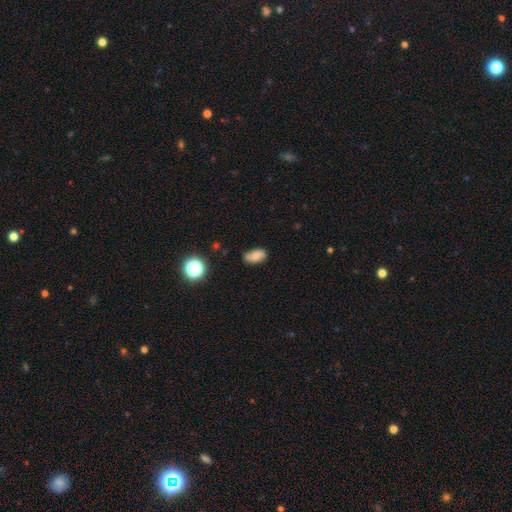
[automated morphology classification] The model was most divided on "smooth or featured": smooth: 71%, featured or disk: 17%, star or artifact: 11%. More confident: how rounded — in between (89%); merging — none (74%).